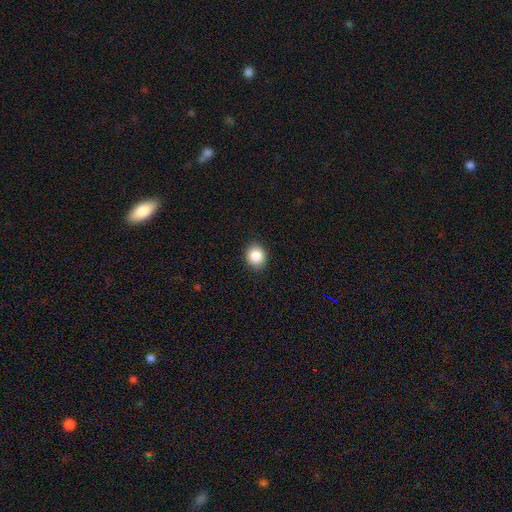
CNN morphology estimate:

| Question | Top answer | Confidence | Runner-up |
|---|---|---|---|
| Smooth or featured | smooth | 86% | star or artifact (9%) |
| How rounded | round | 79% | in between (20%) |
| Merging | none | 90% | minor disturbance (7%) |